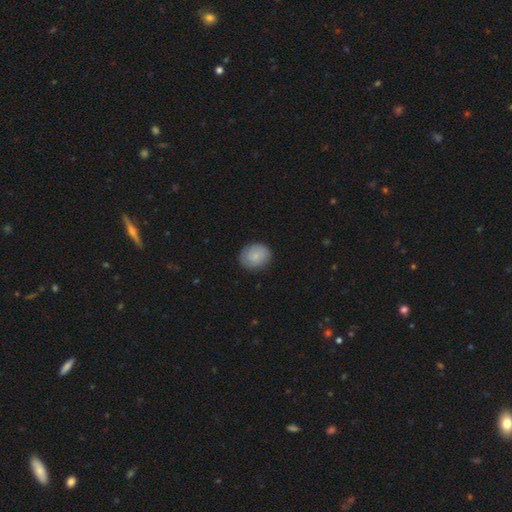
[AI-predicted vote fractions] Smooth or featured?
  - smooth: 74% *
  - featured or disk: 19%
  - star or artifact: 7%
How rounded?
  - round: 64% *
  - in between: 35%
  - cigar-shaped: 1%
Merging?
  - none: 84% *
  - minor disturbance: 12%
  - major disturbance: 3%
  - merger: 1%